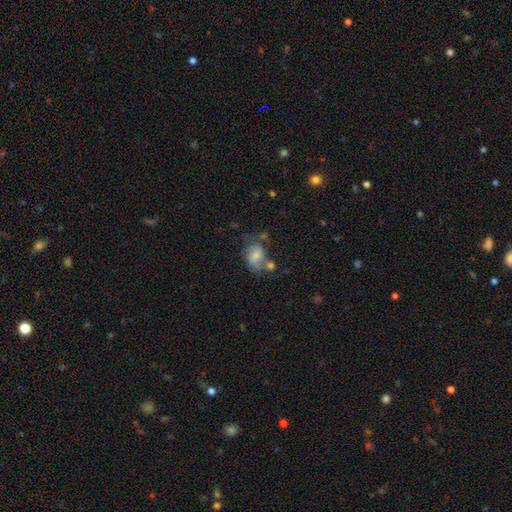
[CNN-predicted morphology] Smooth or featured?
  - smooth: 53% *
  - featured or disk: 37%
  - star or artifact: 10%
How rounded?
  - in between: 68% *
  - round: 31%
  - cigar-shaped: 1%
Merging?
  - none: 34% *
  - merger: 24%
  - minor disturbance: 23%
  - major disturbance: 19%